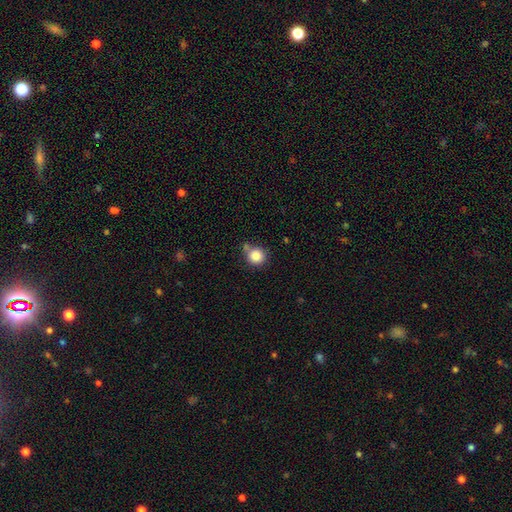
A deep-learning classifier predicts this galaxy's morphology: Smooth or featured? smooth (85%)
How rounded? round (91%)
Merging? none (66%)